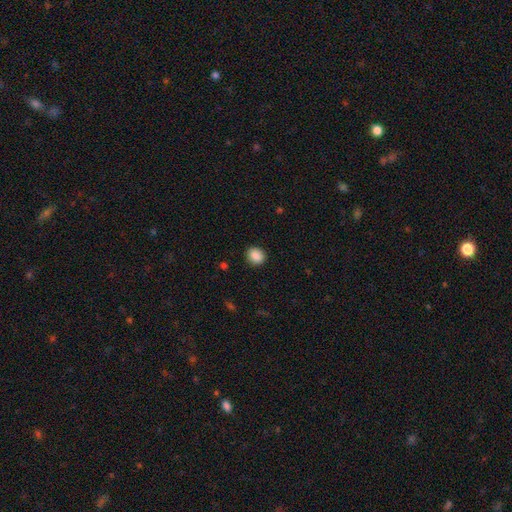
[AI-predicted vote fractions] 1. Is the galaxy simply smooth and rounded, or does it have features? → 88% smooth, 9% star or artifact, 3% featured or disk.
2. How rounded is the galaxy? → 69% round, 31% in between, 1% cigar-shaped.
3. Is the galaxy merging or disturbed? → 89% none, 7% minor disturbance, 2% major disturbance, 1% merger.